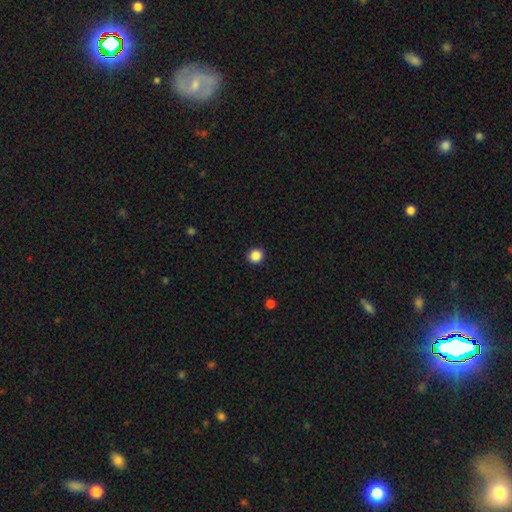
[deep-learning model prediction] Smooth or featured: smooth — 86% (star or artifact — 11%)
How rounded: round — 93% (in between — 6%)
Merging: none — 93% (minor disturbance — 4%)